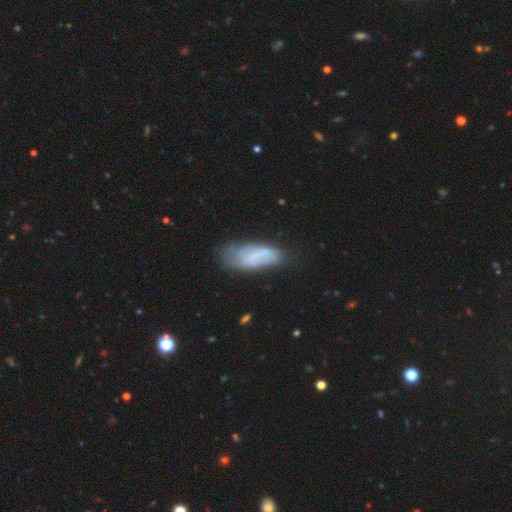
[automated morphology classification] A smooth galaxy with no disk features (46%).

Vote fractions:
- Smooth or featured? smooth: 46% / featured or disk: 45% / star or artifact: 9%
- Merging? none: 55% / minor disturbance: 29% / major disturbance: 12% / merger: 4%